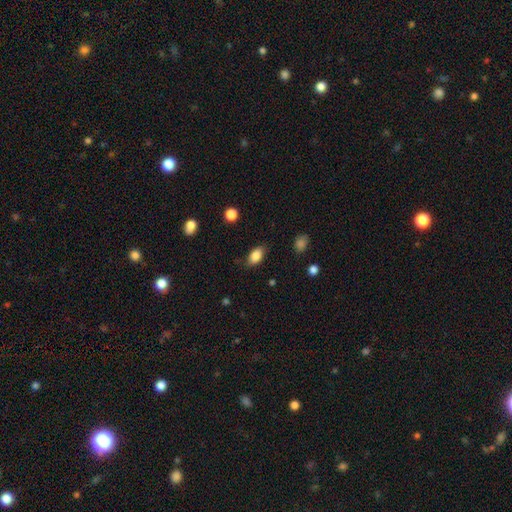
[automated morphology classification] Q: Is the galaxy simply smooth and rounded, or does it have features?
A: smooth — 86%.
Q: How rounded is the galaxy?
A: in between — 89%.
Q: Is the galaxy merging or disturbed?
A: none — 81%.